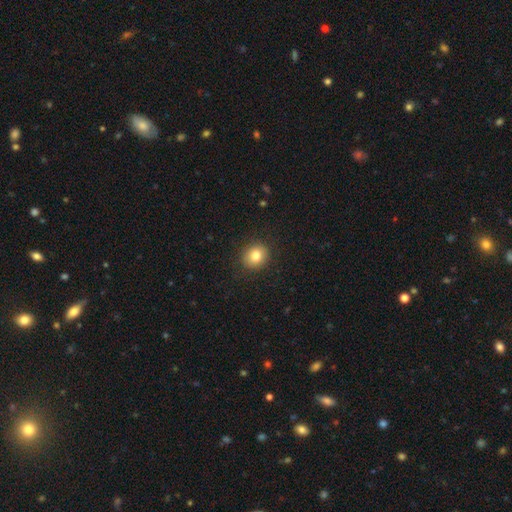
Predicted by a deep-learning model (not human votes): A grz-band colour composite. It shows a smooth galaxy with no disk features (82%) that is round (79%). Merging: none (89%).